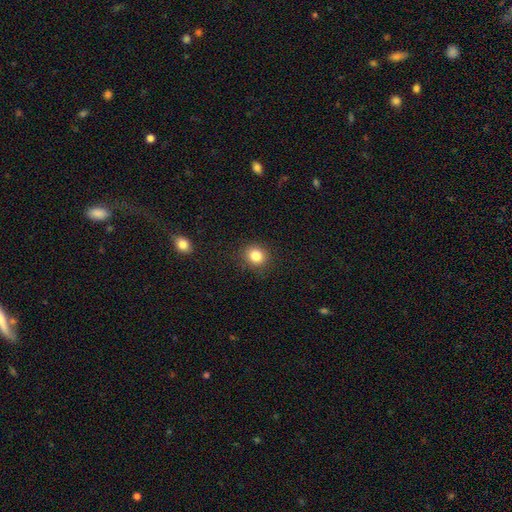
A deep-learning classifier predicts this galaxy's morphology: Smooth or featured: smooth — 84% (star or artifact — 11%)
How rounded: round — 82% (in between — 17%)
Merging: none — 88% (minor disturbance — 8%)